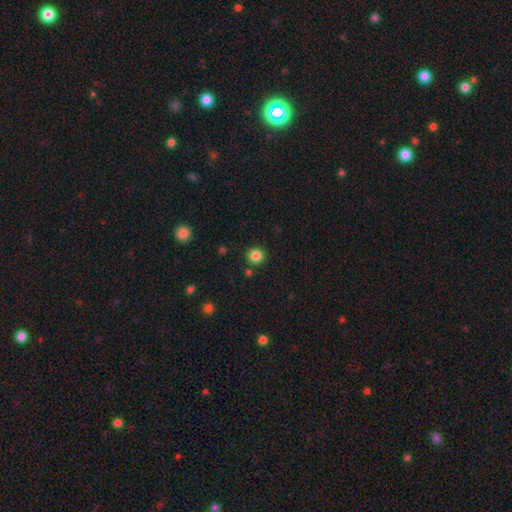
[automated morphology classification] Smooth or featured?
  - smooth: 84% *
  - star or artifact: 12%
  - featured or disk: 4%
How rounded?
  - round: 92% *
  - in between: 7%
  - cigar-shaped: 1%
Merging?
  - none: 89% *
  - minor disturbance: 6%
  - merger: 3%
  - major disturbance: 2%